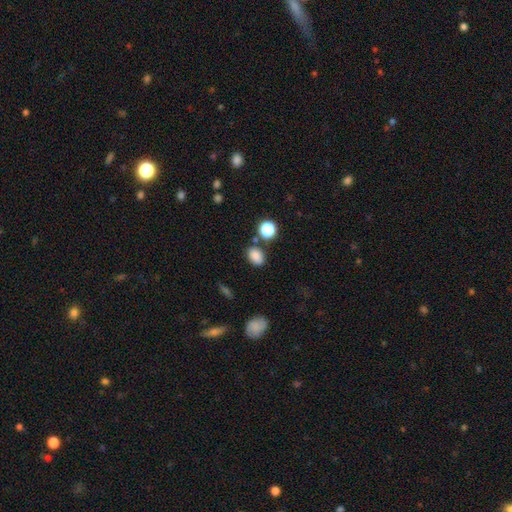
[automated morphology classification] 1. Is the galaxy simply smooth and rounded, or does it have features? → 83% smooth, 12% star or artifact, 5% featured or disk.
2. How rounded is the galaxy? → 72% in between, 27% round, 1% cigar-shaped.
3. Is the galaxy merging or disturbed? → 75% none, 13% minor disturbance, 8% merger, 4% major disturbance.